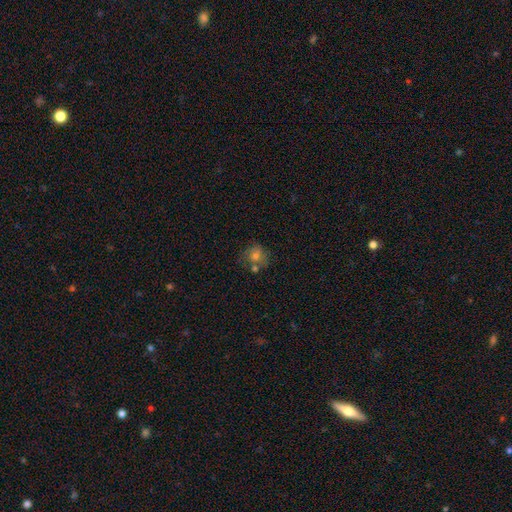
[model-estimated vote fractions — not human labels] A smooth galaxy with no disk features (65%) that is round (78%). Merging: none (52%).